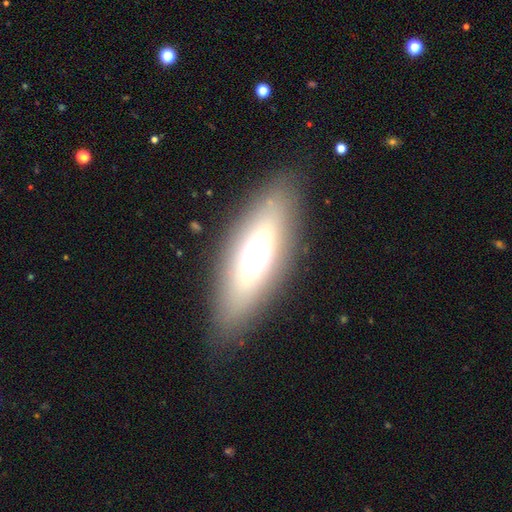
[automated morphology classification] smooth-or-featured: smooth: 56% | featured or disk: 34% | star or artifact: 10%
  how-rounded: in between: 63% | cigar-shaped: 34% | round: 3%
  merging: none: 85% | minor disturbance: 10% | major disturbance: 4% | merger: 1%